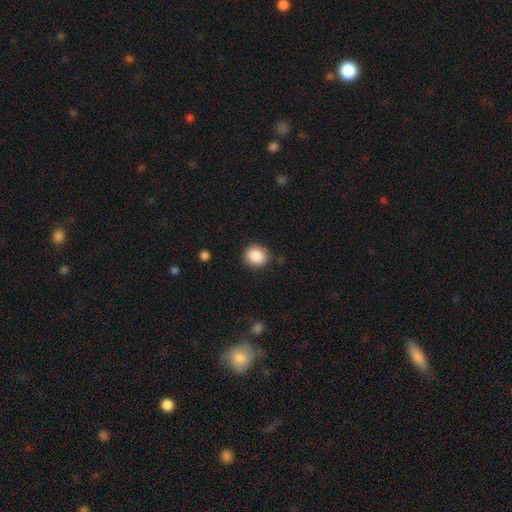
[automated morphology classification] Smooth or featured? smooth (87%)
How rounded? round (76%)
Merging? none (86%)